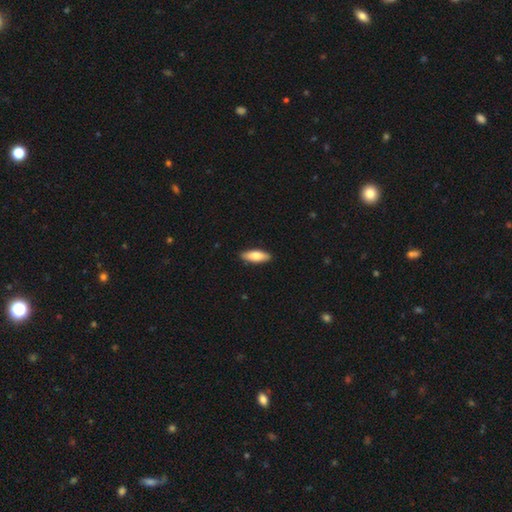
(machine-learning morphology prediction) A smooth galaxy with no disk features (75%) that is in between round and cigar-shaped (60%). Merging: none (89%).